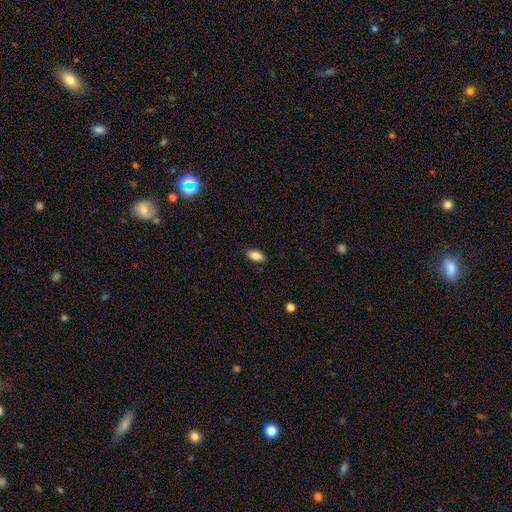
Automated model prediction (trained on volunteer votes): Overall: smooth (85%). How rounded: in between (91%). Merging: none (87%).